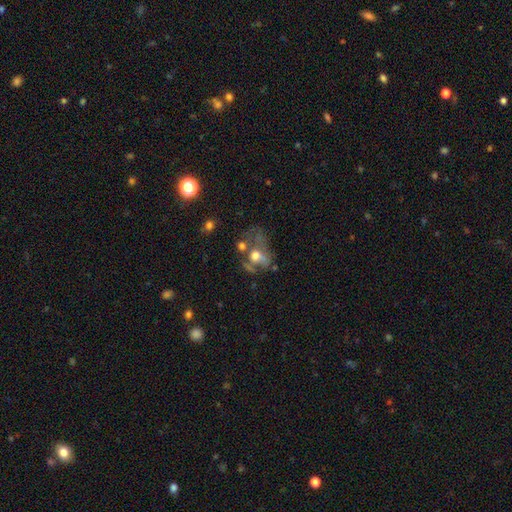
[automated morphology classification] Smooth or featured: smooth — 44% (featured or disk — 42%)
Merging: major disturbance — 36% (merger — 30%)